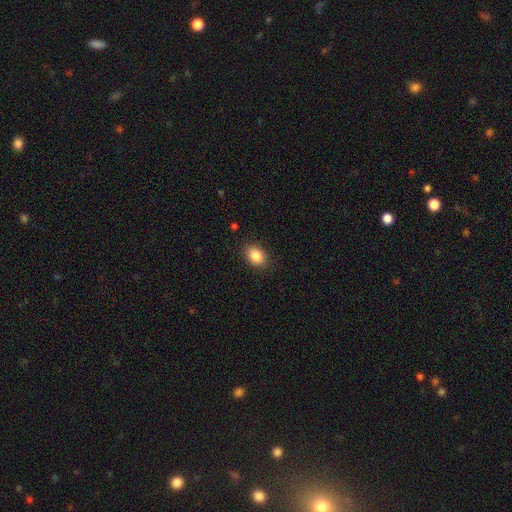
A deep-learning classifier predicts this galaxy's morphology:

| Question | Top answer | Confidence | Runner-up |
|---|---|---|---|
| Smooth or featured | smooth | 86% | star or artifact (8%) |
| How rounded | in between | 76% | round (23%) |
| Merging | none | 87% | minor disturbance (9%) |